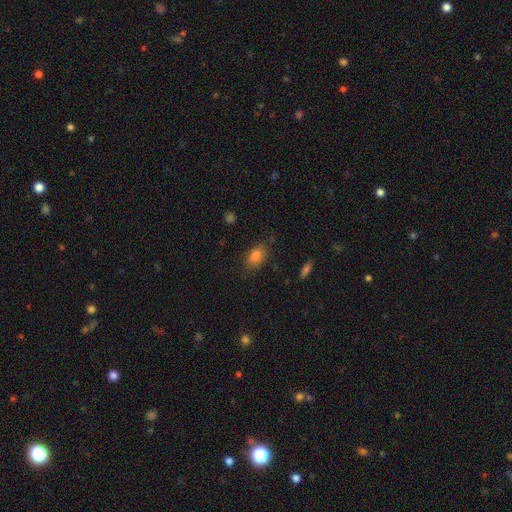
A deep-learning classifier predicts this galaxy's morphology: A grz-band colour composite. It shows a smooth galaxy with no disk features (81%) that is in between round and cigar-shaped (83%). Merging: none (78%).